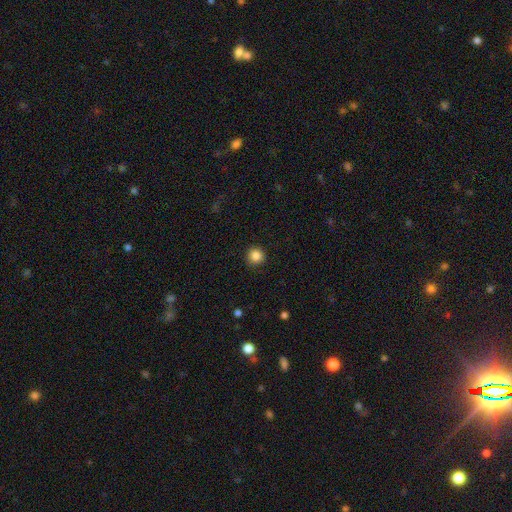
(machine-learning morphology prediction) This appears to be a smooth galaxy with no disk features (86%) that is round (94%). Merging: none (90%).